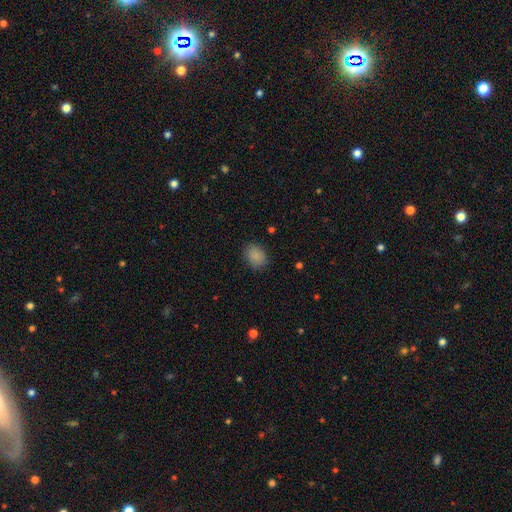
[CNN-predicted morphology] Smooth or featured? smooth (87%)
How rounded? in between (61%)
Merging? none (83%)